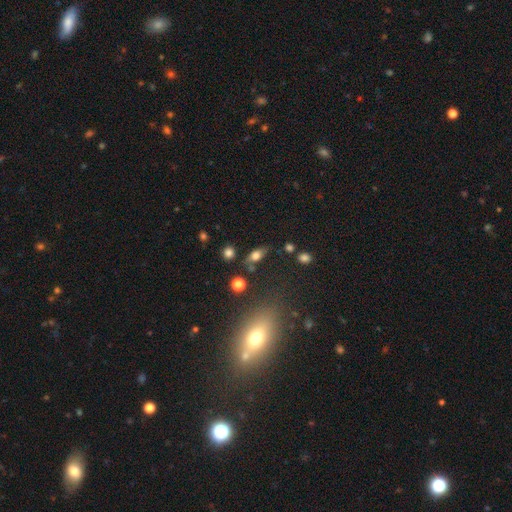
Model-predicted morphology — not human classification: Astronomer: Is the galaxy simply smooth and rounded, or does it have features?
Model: smooth — 71%.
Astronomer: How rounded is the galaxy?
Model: in between — 76%.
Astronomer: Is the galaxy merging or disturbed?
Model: none — 68%.